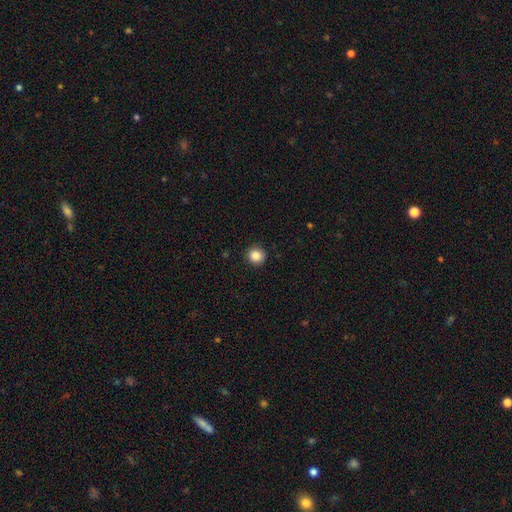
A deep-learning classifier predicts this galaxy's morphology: A smooth galaxy with no disk features (87%) that is round (91%). Merging: none (91%).